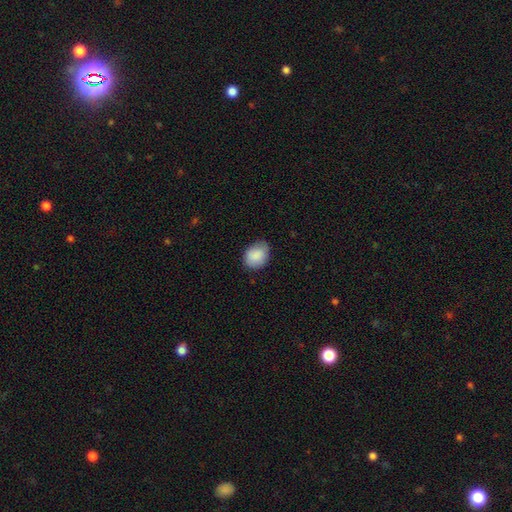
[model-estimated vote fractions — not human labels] Smooth or featured: smooth — 88% (star or artifact — 7%)
How rounded: in between — 58% (round — 41%)
Merging: none — 69% (minor disturbance — 26%)